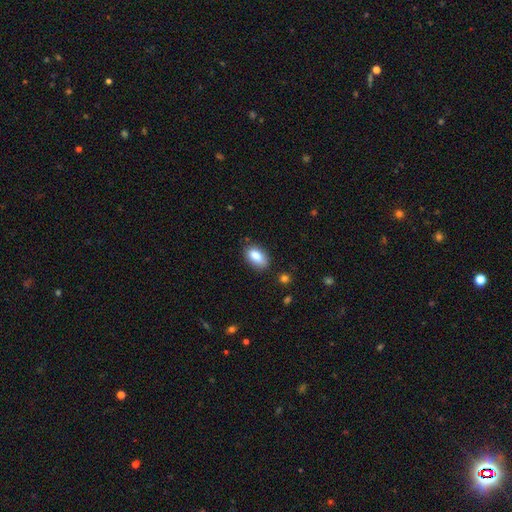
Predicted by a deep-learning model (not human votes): Q: Smooth or featured?
A: smooth (85%); runner-up: star or artifact (8%)
Q: How rounded?
A: in between (91%); runner-up: round (6%)
Q: Merging?
A: none (78%); runner-up: minor disturbance (17%)